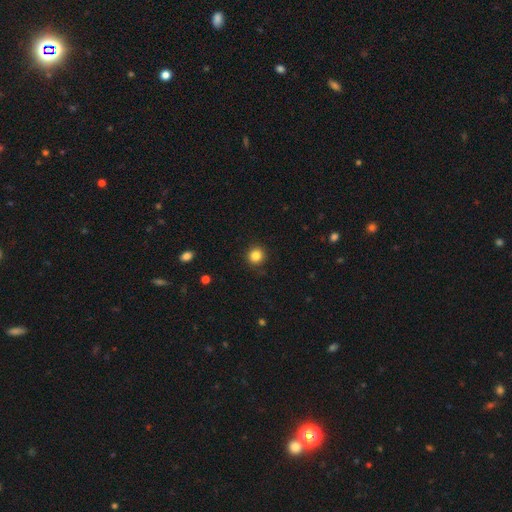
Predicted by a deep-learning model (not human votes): Overall: smooth (84%). How rounded: round (93%). Merging: none (91%).